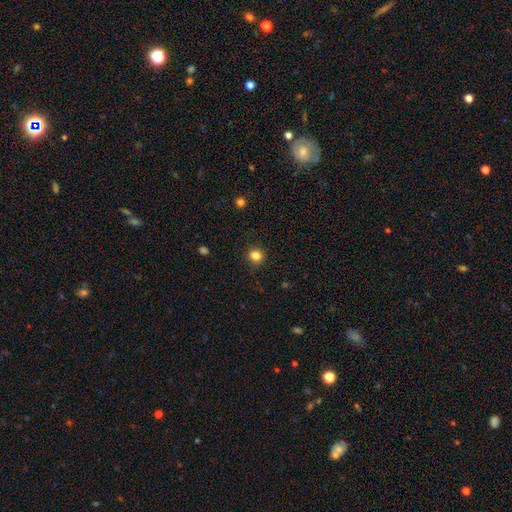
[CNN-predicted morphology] Smooth or featured? smooth (83%)
How rounded? round (91%)
Merging? none (90%)